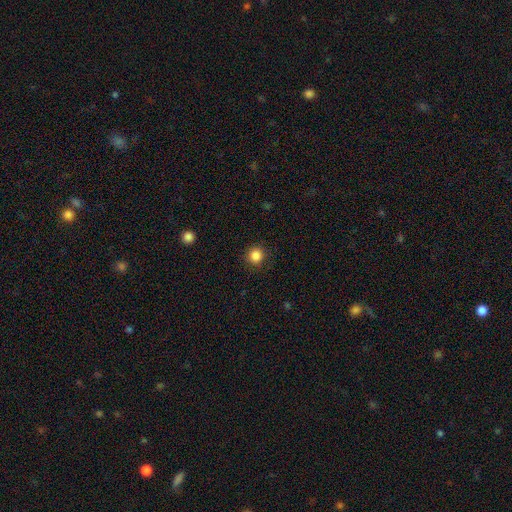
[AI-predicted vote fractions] This is clearly a smooth galaxy (85%). How rounded: clearly round (94%). Merging: clearly none (91%).